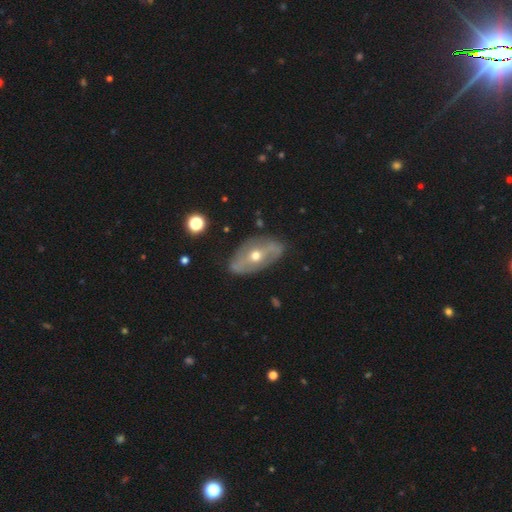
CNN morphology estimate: A featured or disk galaxy (69%) with no bar (44%), no spiral arms (51%) and a moderate central bulge (73%). Merging: none (77%).